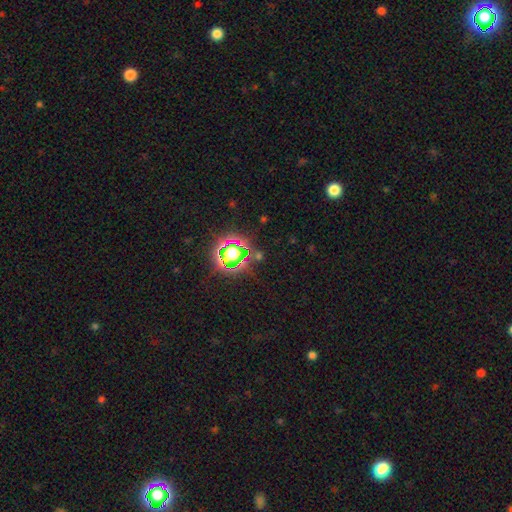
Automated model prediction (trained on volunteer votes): star or artifact 69%, smooth 22%, featured or disk 9%.